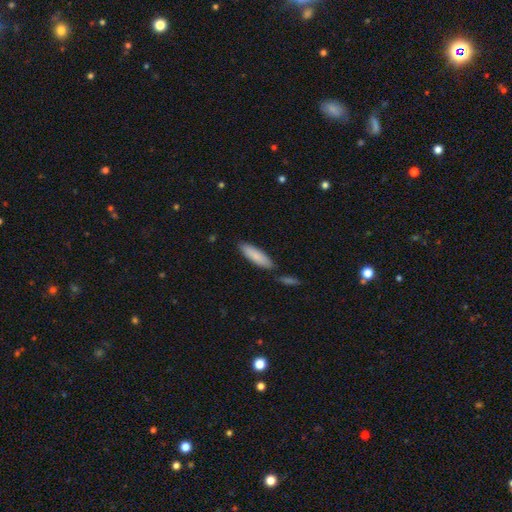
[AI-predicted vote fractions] smooth 85%, featured or disk 10%, star or artifact 5%. Down the decision tree: how rounded — cigar-shaped (55%); merging — none (77%).